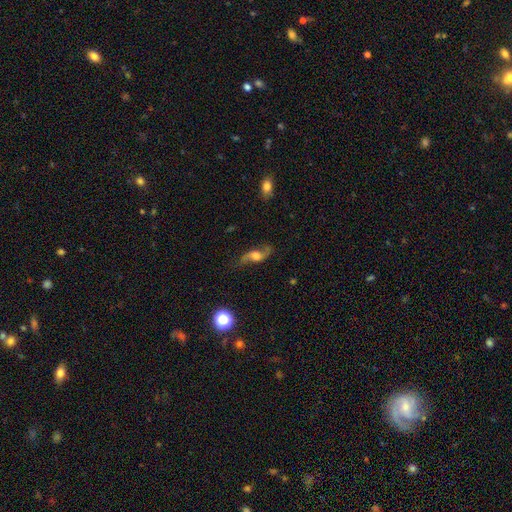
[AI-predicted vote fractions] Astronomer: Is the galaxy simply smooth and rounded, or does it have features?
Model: featured or disk — 74%.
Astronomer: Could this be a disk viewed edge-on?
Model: no — 84%.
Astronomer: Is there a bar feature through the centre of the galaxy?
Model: no — 60%.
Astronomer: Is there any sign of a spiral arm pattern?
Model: yes — 93%.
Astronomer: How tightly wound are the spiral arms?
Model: loose — 83%.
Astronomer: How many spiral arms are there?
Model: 2 — 92%.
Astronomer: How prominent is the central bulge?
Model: large — 40% (runner-up: moderate, 35%).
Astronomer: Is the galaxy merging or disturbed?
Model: none — 71%.